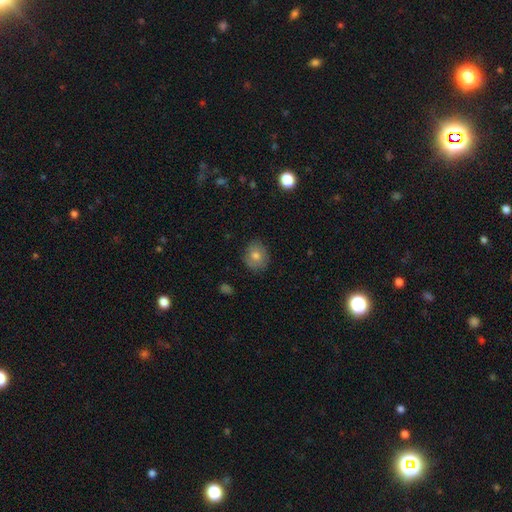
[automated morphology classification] Smooth or featured? smooth (70%)
How rounded? round (77%)
Merging? none (85%)